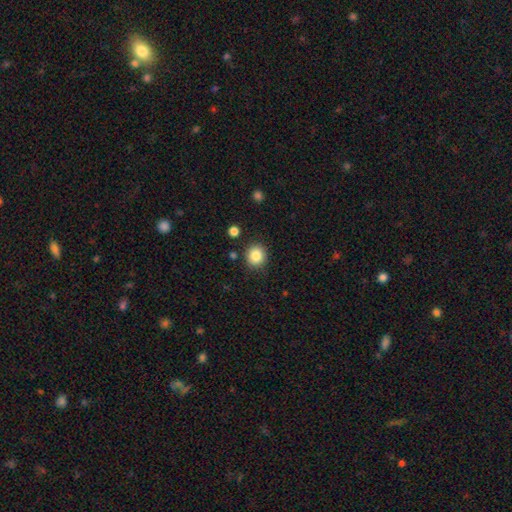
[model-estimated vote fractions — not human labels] A smooth galaxy with no disk features (85%) that is round (83%).

Vote fractions:
- Smooth or featured? smooth: 85% / star or artifact: 10% / featured or disk: 5%
- How rounded? round: 83% / in between: 16% / cigar-shaped: 1%
- Merging? none: 87% / minor disturbance: 8% / merger: 3% / major disturbance: 2%